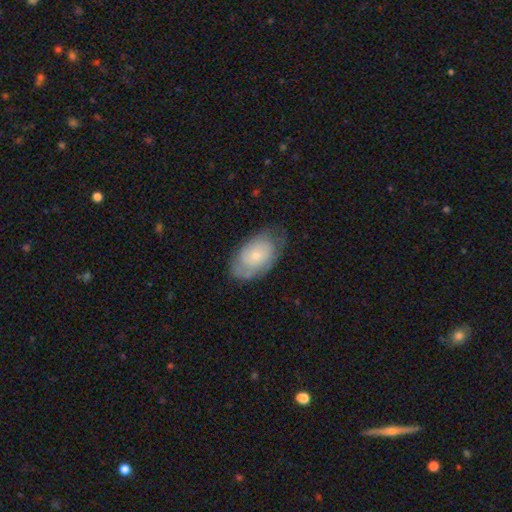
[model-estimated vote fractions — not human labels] Smooth or featured? smooth (48%)
Merging? none (63%)